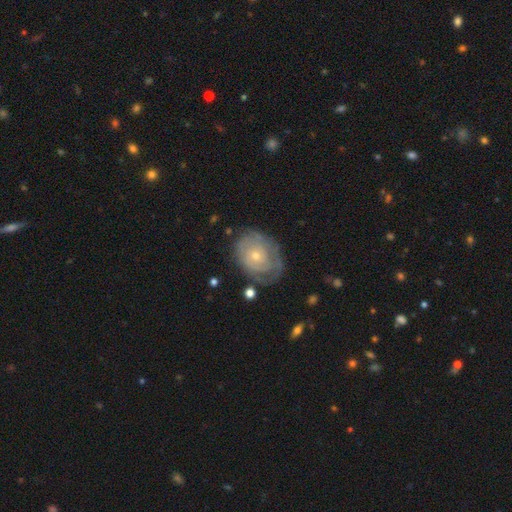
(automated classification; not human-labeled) The model was most divided on "bulge size": small: 62%, moderate: 34%, large: 2%, none: 1%, dominant: 1%. More confident: edge-on disk — no (96%); bar — no (83%); spiral arms — yes (72%); smooth or featured — featured or disk (68%); merging — none (63%).